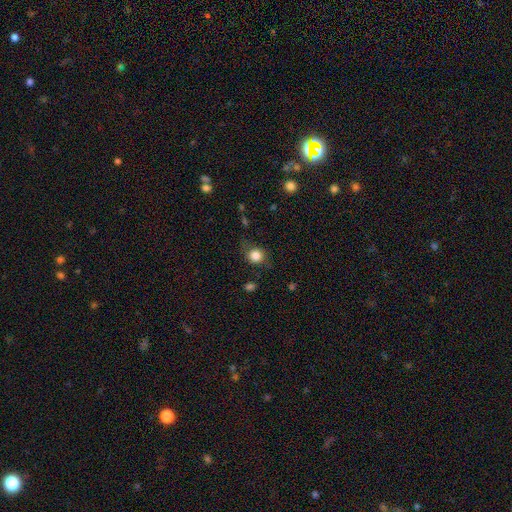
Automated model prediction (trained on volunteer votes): smooth 83%, star or artifact 10%, featured or disk 7%. Down the decision tree: how rounded — round (85%); merging — none (74%).